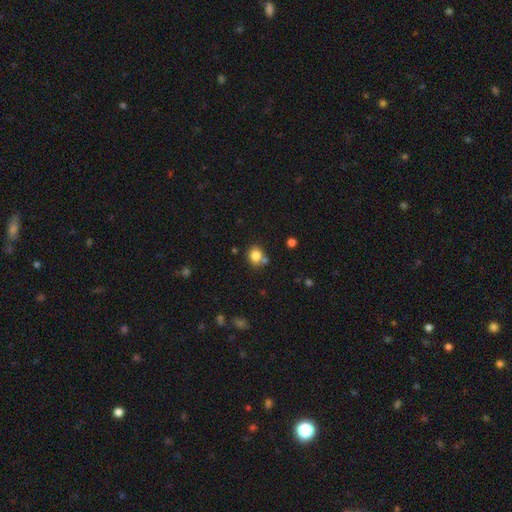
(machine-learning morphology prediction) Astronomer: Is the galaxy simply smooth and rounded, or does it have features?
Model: smooth — 82%.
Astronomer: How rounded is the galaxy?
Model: round — 69%.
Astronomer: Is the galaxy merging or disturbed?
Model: none — 67%.